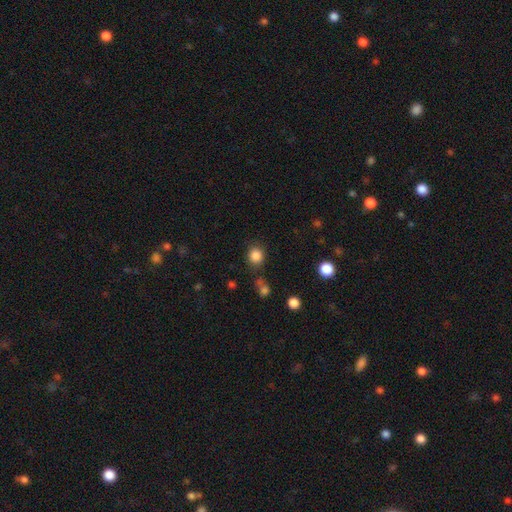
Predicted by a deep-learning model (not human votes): Smooth or featured: smooth — 84% (star or artifact — 12%)
How rounded: round — 82% (in between — 17%)
Merging: none — 76% (minor disturbance — 14%)